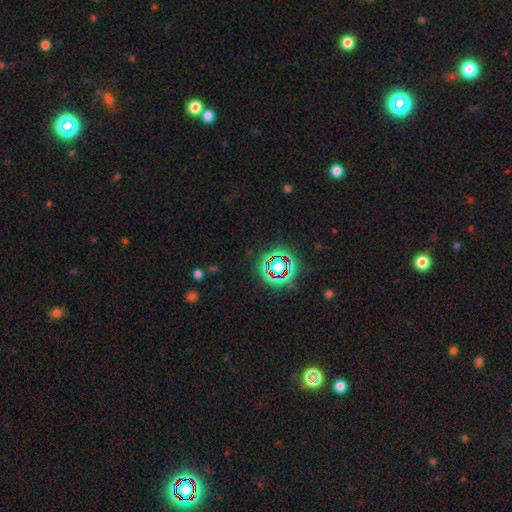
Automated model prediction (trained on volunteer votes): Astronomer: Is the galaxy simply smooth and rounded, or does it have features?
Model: star or artifact — 71%.